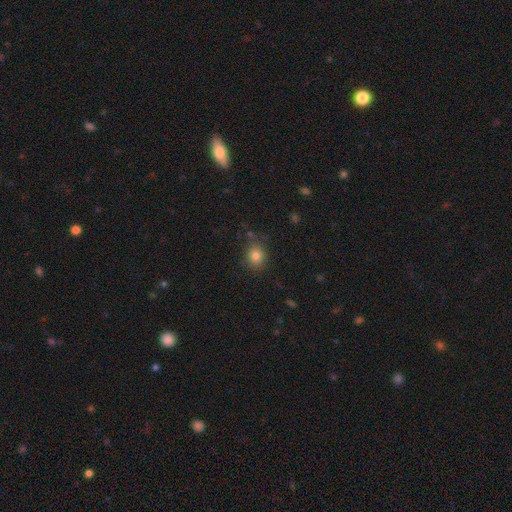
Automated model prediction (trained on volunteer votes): Q: Smooth or featured?
A: smooth (81%); runner-up: star or artifact (12%)
Q: How rounded?
A: round (72%); runner-up: in between (27%)
Q: Merging?
A: none (81%); runner-up: minor disturbance (13%)